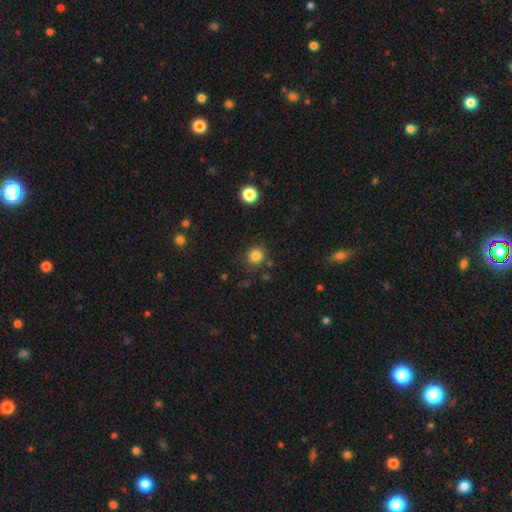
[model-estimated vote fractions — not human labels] A smooth galaxy with no disk features (84%) that is round (90%).

Vote fractions:
- Smooth or featured? smooth: 84% / star or artifact: 12% / featured or disk: 4%
- How rounded? round: 90% / in between: 9% / cigar-shaped: 1%
- Merging? none: 83% / minor disturbance: 10% / merger: 4% / major disturbance: 3%